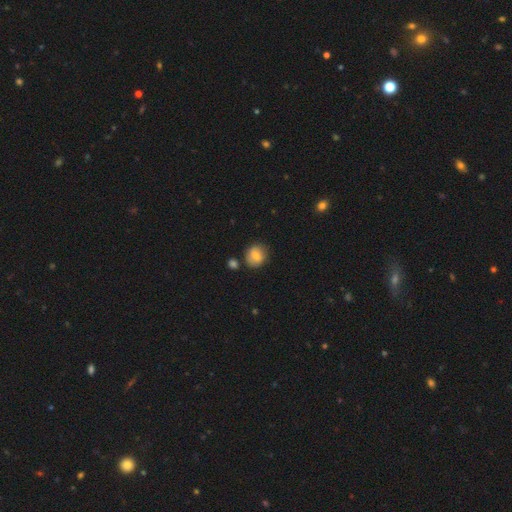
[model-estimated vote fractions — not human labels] Overall: smooth (76%). How rounded: round (78%). Merging: none (77%).